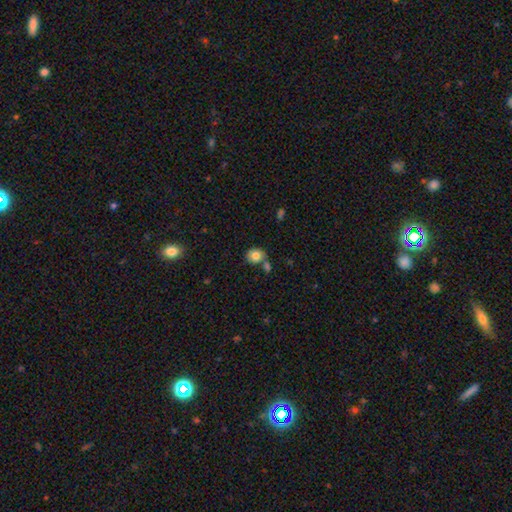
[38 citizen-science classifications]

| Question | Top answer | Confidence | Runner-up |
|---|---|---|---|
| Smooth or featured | smooth | 89% | featured or disk (8%) |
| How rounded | round | 56% | in between (44%) |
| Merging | none | 54% | minor disturbance (24%) |